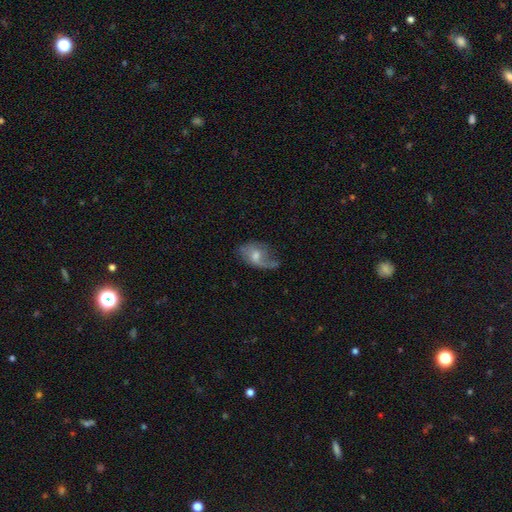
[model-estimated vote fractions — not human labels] A featured or disk galaxy (62%) with no bar (55%), spiral arms (81%) and a moderate central bulge (54%).

Vote fractions:
- Smooth or featured? featured or disk: 62% / smooth: 31% / star or artifact: 8%
- Edge-on disk? no: 95% / yes: 5%
- Bar? no: 55% / weak: 38% / strong: 7%
- Spiral arms? yes: 81% / no: 19%
- Bulge size? moderate: 54% / small: 33% / large: 6% / none: 5% / dominant: 1%
- Merging? none: 43% / minor disturbance: 29% / major disturbance: 24% / merger: 3%